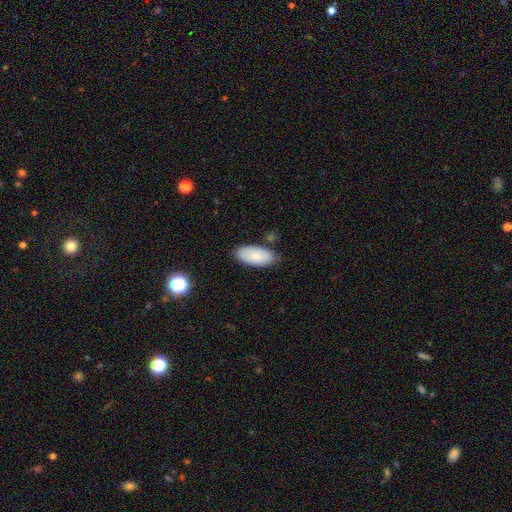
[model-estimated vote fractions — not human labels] This appears to be a smooth galaxy with no disk features (81%) that is in between round and cigar-shaped (93%). Merging: none (77%).